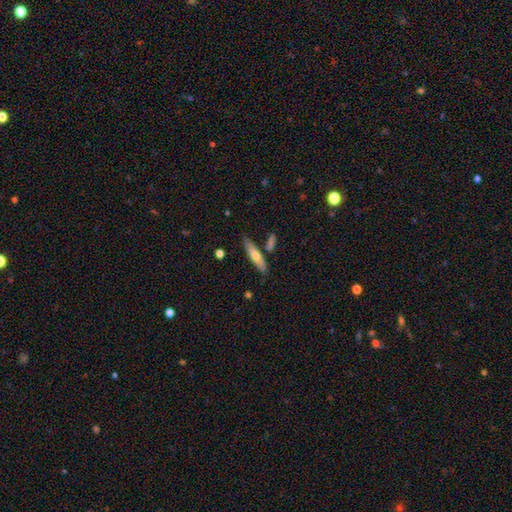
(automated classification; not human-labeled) This is likely a smooth galaxy (62%). How rounded: likely cigar-shaped (75%). Merging: likely none (73%).